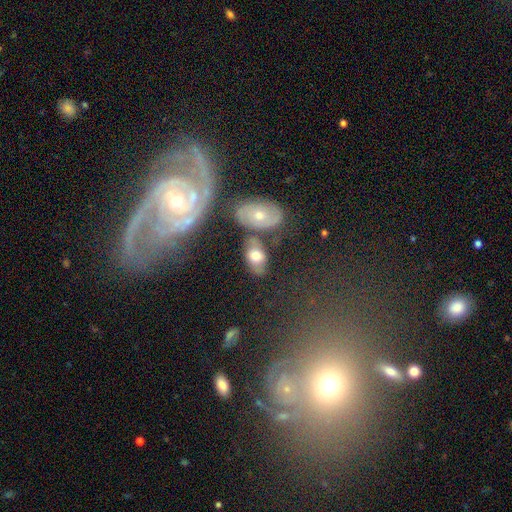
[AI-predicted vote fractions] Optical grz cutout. It shows a smooth galaxy with no disk features (61%) that is in between round and cigar-shaped (89%). Merging: none (59%).